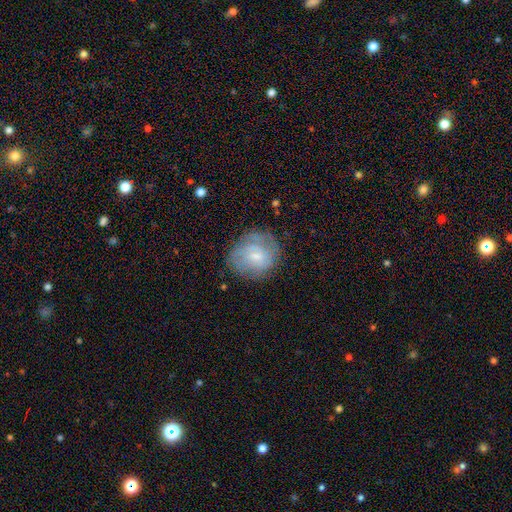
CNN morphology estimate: This is possibly a featured or disk galaxy (50%). Merging: likely none (68%).